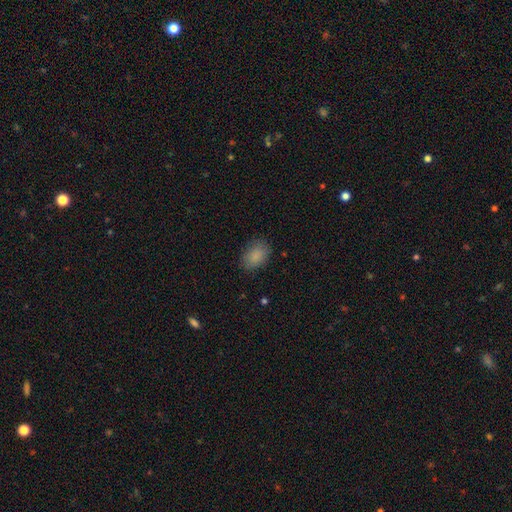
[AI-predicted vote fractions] Q: Smooth or featured?
A: smooth (87%); runner-up: star or artifact (8%)
Q: How rounded?
A: in between (84%); runner-up: round (15%)
Q: Merging?
A: none (82%); runner-up: minor disturbance (14%)